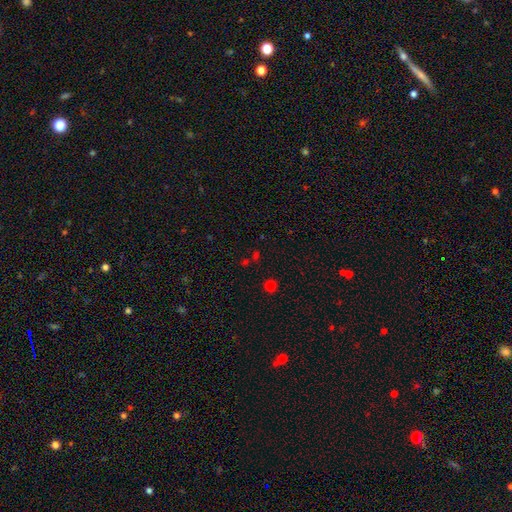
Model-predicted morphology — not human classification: Smooth or featured? star or artifact (49%)